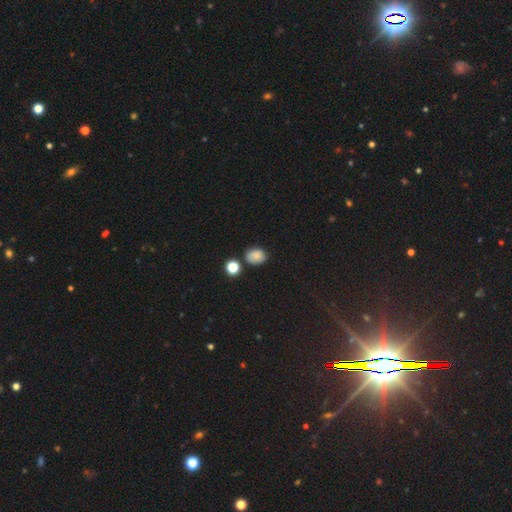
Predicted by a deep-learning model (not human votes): Q: Smooth or featured?
A: smooth (80%); runner-up: star or artifact (12%)
Q: How rounded?
A: in between (67%); runner-up: round (32%)
Q: Merging?
A: none (73%); runner-up: minor disturbance (17%)